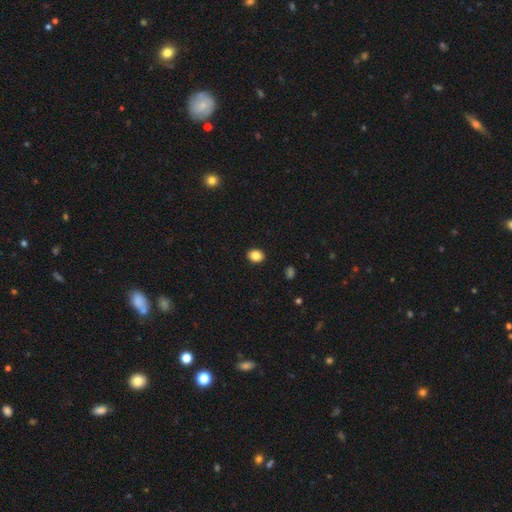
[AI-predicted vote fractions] This is clearly a smooth galaxy (86%). How rounded: possibly in between (54%). Merging: clearly none (91%).